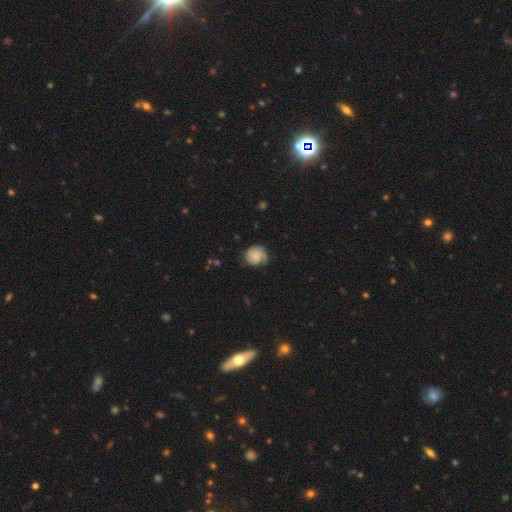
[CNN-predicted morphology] Smooth or featured? featured or disk (52%)
Edge-on disk? no (98%)
Bar? no (74%)
Spiral arms? yes (90%)
Bulge size? small (48%)
Merging? none (59%)